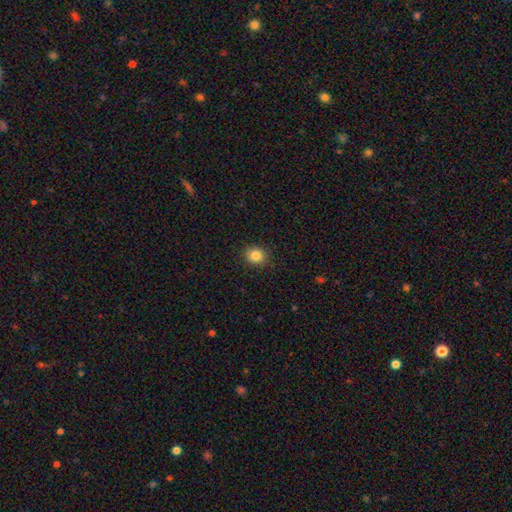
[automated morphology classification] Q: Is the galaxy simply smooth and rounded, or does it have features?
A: smooth — 85%.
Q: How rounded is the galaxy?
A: round — 71%.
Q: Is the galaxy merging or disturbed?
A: none — 90%.